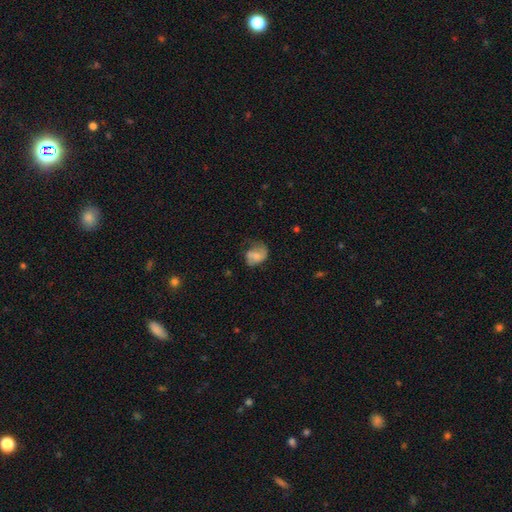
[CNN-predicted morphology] Q: Smooth or featured?
A: smooth (51%); runner-up: featured or disk (40%)
Q: How rounded?
A: in between (60%); runner-up: round (39%)
Q: Merging?
A: none (41%); runner-up: minor disturbance (30%)